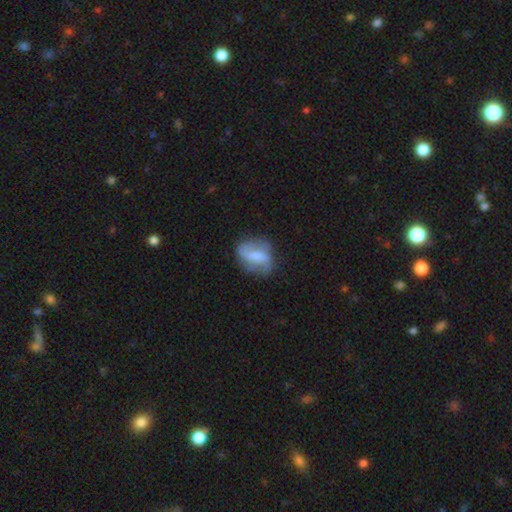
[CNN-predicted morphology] The model was most divided on "bulge size": moderate: 31%, small: 30%, none: 29%, large: 9%, dominant: 2%. Remaining: edge-on disk — no (96%); spiral arms — yes (79%); merging — none (63%); smooth or featured — featured or disk (58%); bar — weak (44%).